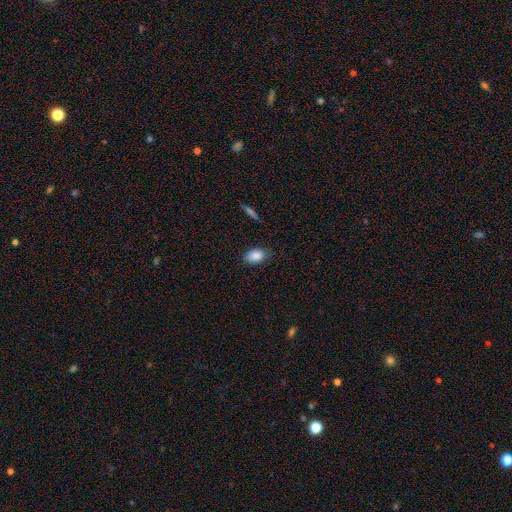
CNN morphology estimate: This is clearly a smooth galaxy (86%). How rounded: clearly in between (89%). Merging: likely none (78%).